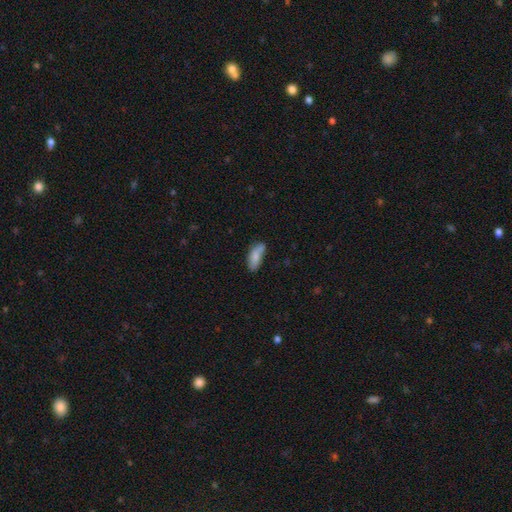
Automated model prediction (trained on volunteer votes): Q: Smooth or featured?
A: smooth (80%); runner-up: featured or disk (13%)
Q: How rounded?
A: in between (75%); runner-up: cigar-shaped (22%)
Q: Merging?
A: none (60%); runner-up: minor disturbance (27%)